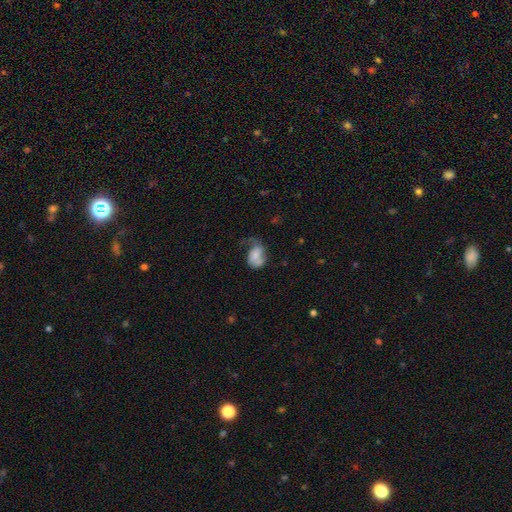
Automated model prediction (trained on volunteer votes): Smooth or featured: smooth — 49% (featured or disk — 43%)
Merging: major disturbance — 40% (none — 27%)